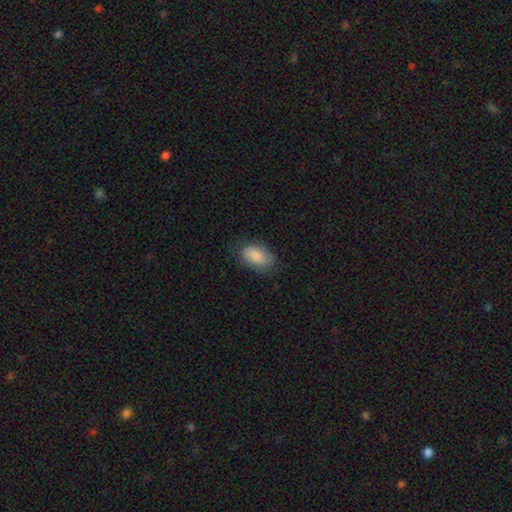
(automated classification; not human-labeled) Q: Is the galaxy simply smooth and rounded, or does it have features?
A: smooth — 85%.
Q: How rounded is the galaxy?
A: in between — 92%.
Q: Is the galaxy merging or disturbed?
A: none — 71%.